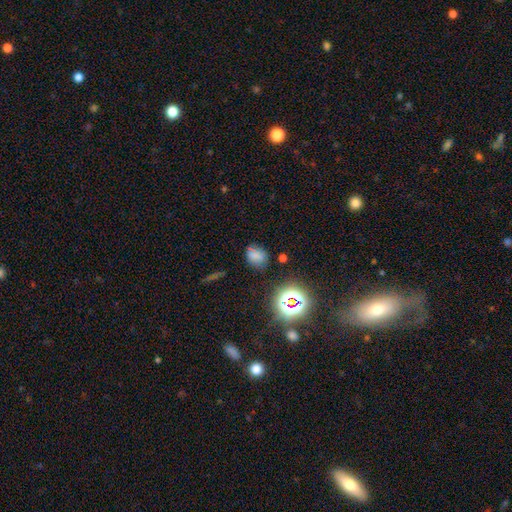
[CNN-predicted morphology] Q: Smooth or featured?
A: smooth (63%); runner-up: star or artifact (25%)
Q: How rounded?
A: in between (56%); runner-up: round (43%)
Q: Merging?
A: none (72%); runner-up: minor disturbance (18%)